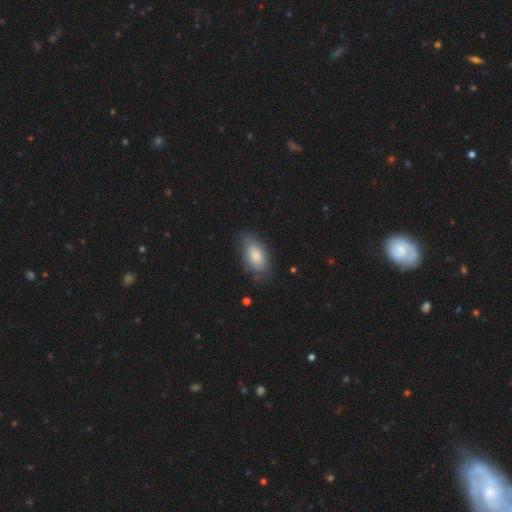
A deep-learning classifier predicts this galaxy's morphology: The model was most divided on "merging": none: 72%, minor disturbance: 21%, major disturbance: 6%, merger: 2%. More confident: how rounded — in between (92%); smooth or featured — smooth (79%).